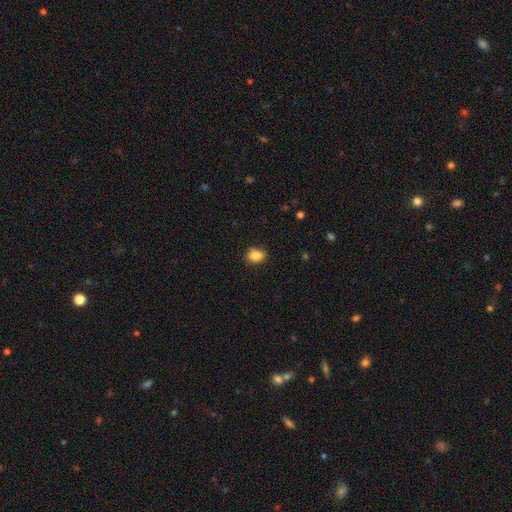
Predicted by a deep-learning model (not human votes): Q: Smooth or featured?
A: smooth (86%); runner-up: star or artifact (9%)
Q: How rounded?
A: in between (67%); runner-up: round (32%)
Q: Merging?
A: none (85%); runner-up: minor disturbance (11%)